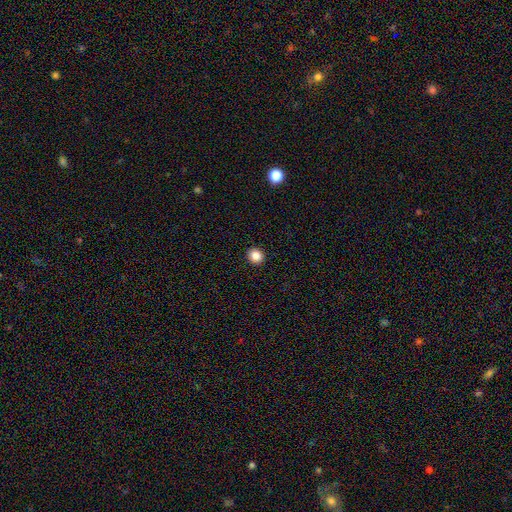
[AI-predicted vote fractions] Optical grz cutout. It shows a smooth galaxy with no disk features (85%) that is round (84%). Merging: none (93%).